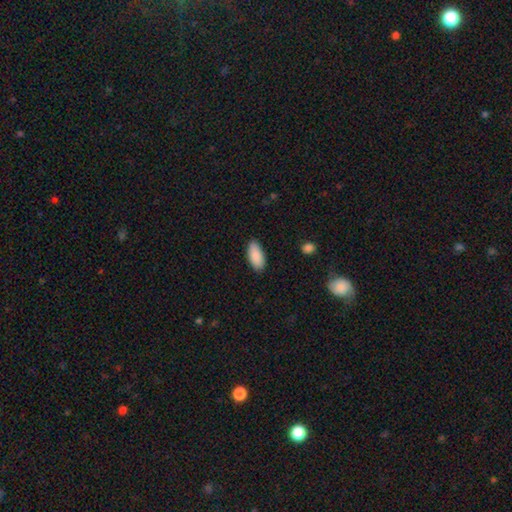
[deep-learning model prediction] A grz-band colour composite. It shows a smooth galaxy with no disk features (90%) that is in between round and cigar-shaped (89%). Merging: none (86%).